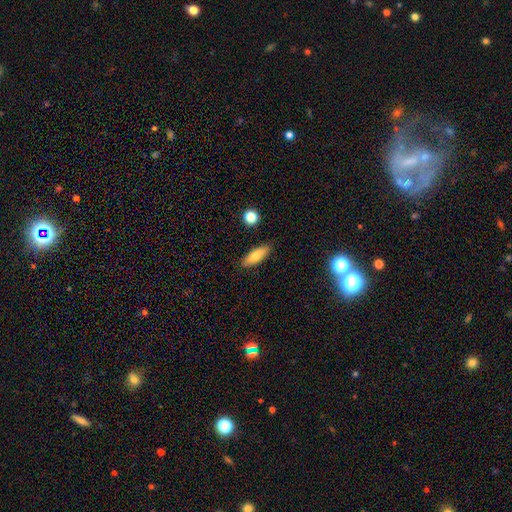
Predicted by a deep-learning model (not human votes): The model was most divided on "how rounded": in between: 60%, cigar-shaped: 38%, round: 3%. More confident: merging — none (87%); smooth or featured — smooth (76%).